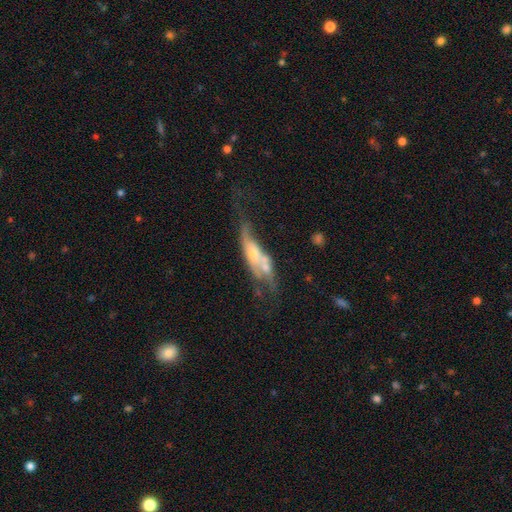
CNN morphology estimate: Smooth or featured: featured or disk — 61% (smooth — 31%)
Edge-on disk: no — 77% (yes — 23%)
Merging: merger — 44% (major disturbance — 22%)